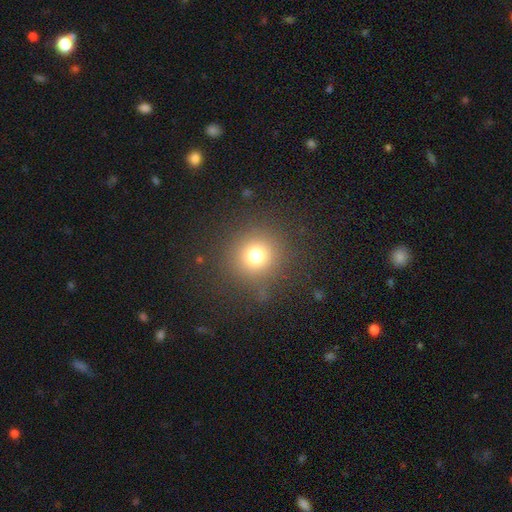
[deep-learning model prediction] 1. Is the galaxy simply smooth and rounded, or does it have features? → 73% smooth, 18% star or artifact, 9% featured or disk.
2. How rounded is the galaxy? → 93% round, 6% in between, 1% cigar-shaped.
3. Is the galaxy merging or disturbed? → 84% none, 9% minor disturbance, 6% major disturbance, 2% merger.